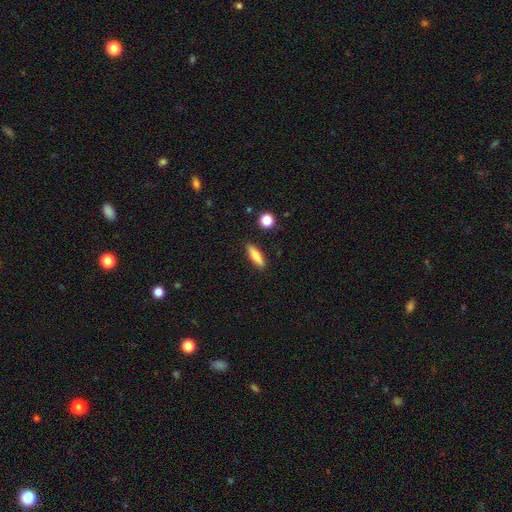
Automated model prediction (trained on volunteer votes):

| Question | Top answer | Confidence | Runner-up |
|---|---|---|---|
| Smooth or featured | smooth | 74% | featured or disk (20%) |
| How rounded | cigar-shaped | 62% | in between (35%) |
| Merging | none | 88% | minor disturbance (8%) |